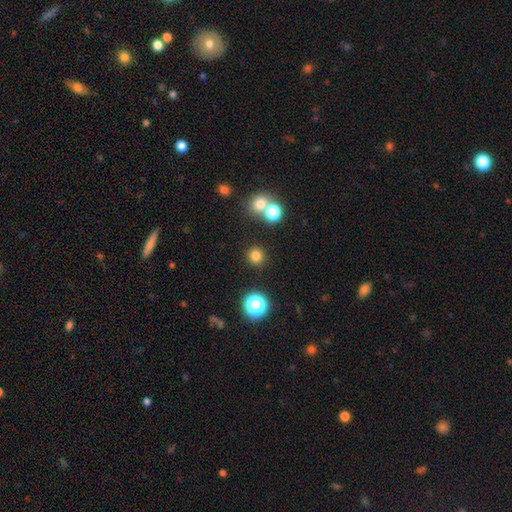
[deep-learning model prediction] This is likely a smooth galaxy (78%). How rounded: clearly round (93%). Merging: clearly none (87%).